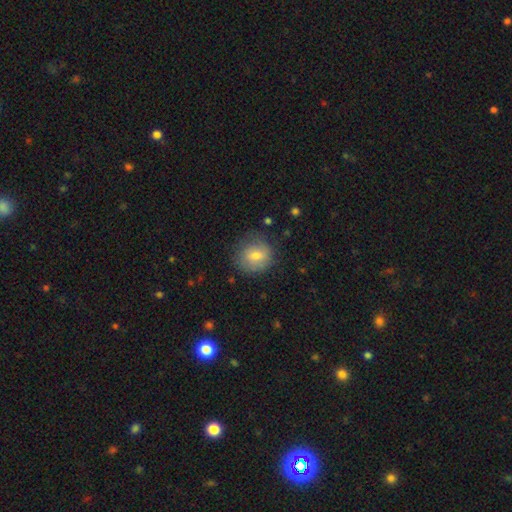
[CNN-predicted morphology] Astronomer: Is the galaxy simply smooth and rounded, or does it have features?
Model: smooth — 71%.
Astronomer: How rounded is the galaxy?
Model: round — 80%.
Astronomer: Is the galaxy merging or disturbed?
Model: none — 72%.